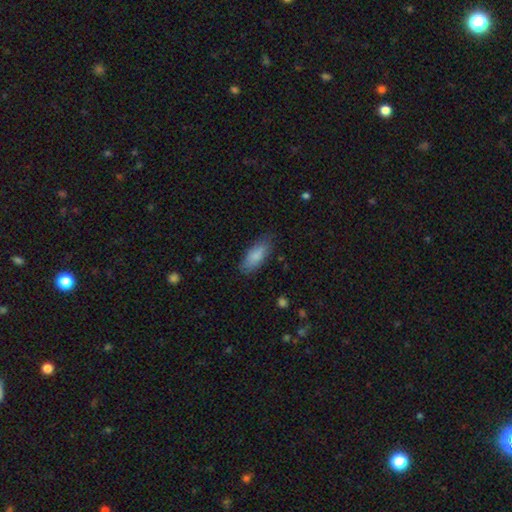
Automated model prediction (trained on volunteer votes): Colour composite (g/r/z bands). It shows a smooth galaxy with no disk features (85%) that is in between round and cigar-shaped (79%). Merging: none (77%).